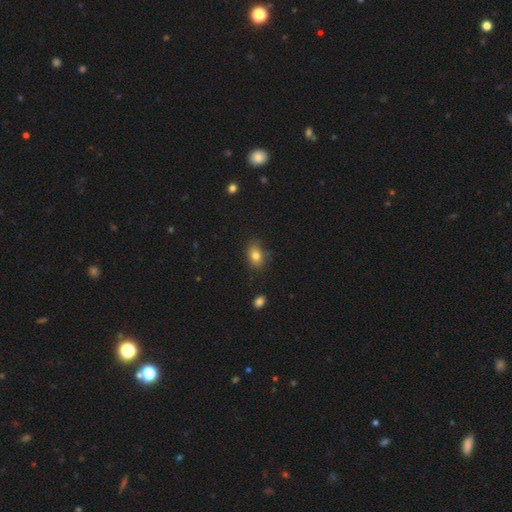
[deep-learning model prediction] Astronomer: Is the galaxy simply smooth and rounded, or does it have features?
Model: smooth — 80%.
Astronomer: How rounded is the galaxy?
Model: in between — 72%.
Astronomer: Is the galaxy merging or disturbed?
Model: none — 79%.